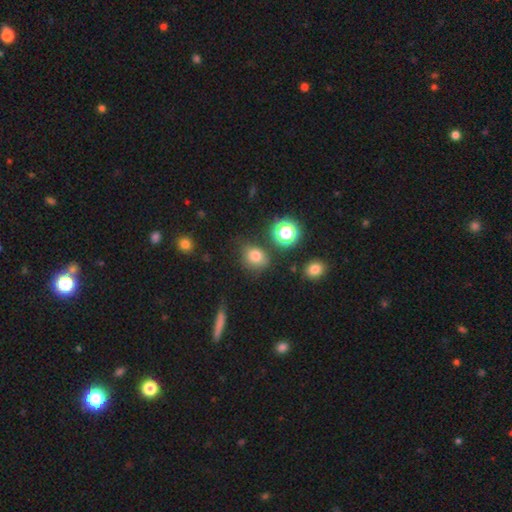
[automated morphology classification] smooth 76%, star or artifact 17%, featured or disk 7%. Down the decision tree: how rounded — round (55%); merging — none (71%).